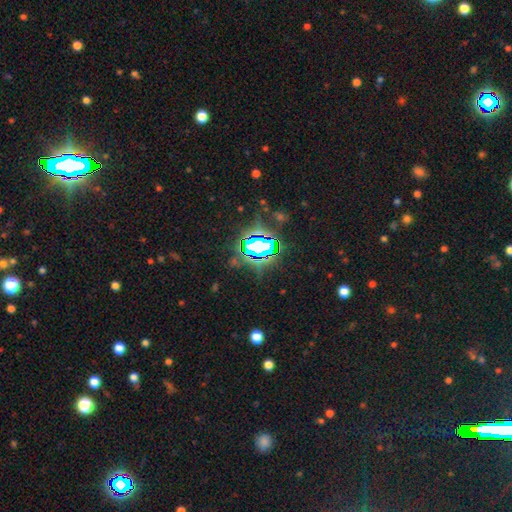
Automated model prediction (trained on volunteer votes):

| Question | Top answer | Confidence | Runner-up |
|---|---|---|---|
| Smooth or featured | star or artifact | 81% | smooth (11%) |